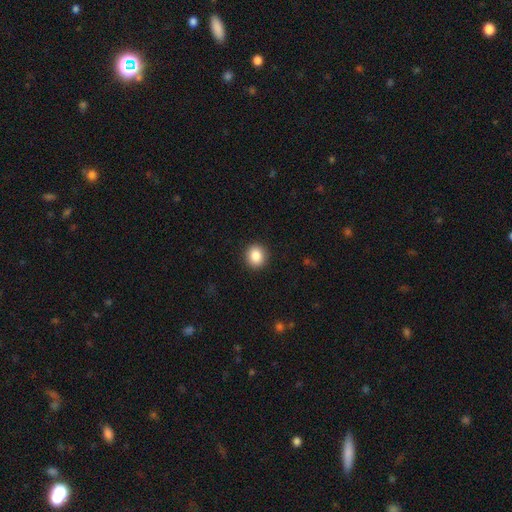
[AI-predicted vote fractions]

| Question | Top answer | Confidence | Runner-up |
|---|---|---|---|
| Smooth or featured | smooth | 87% | star or artifact (9%) |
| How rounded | round | 79% | in between (20%) |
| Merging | none | 92% | minor disturbance (6%) |